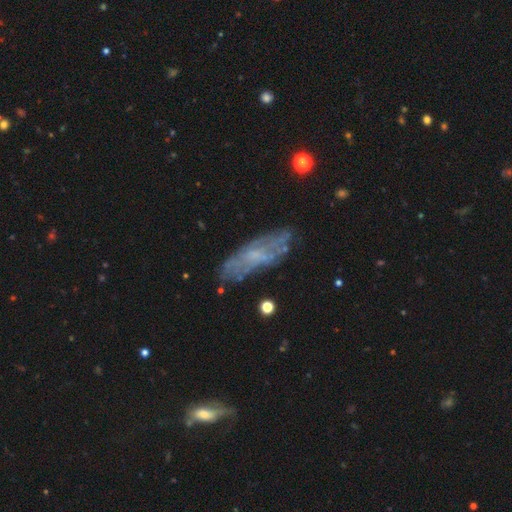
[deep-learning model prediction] Smooth or featured? featured or disk (56%)
Edge-on disk? no (74%)
Merging? none (70%)